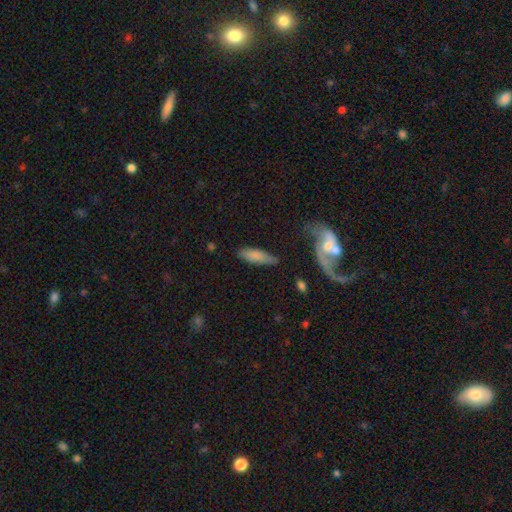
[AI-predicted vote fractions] This appears to be a smooth galaxy with no disk features (74%) that is cigar-shaped (49%, tied with in between). Merging: none (69%).